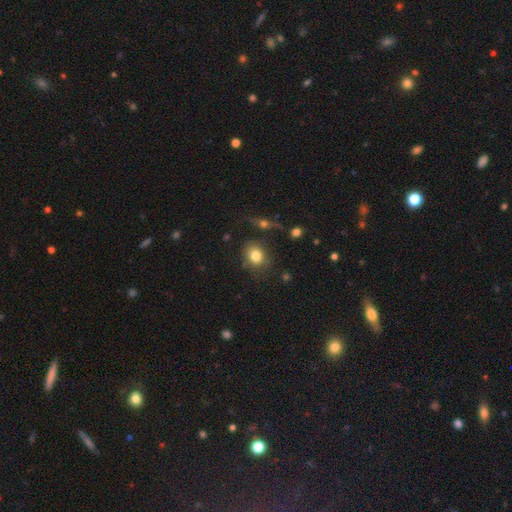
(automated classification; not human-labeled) A smooth galaxy with no disk features (80%) that is round (55%). Merging: none (75%).